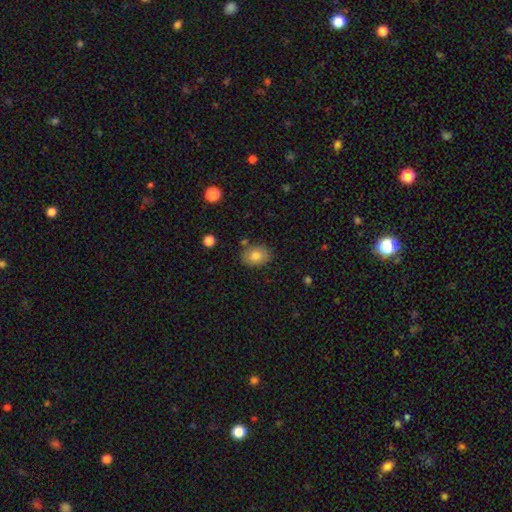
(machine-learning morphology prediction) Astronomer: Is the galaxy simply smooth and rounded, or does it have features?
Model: smooth — 80%.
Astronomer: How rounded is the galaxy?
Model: in between — 63%.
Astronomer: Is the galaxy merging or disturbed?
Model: none — 81%.